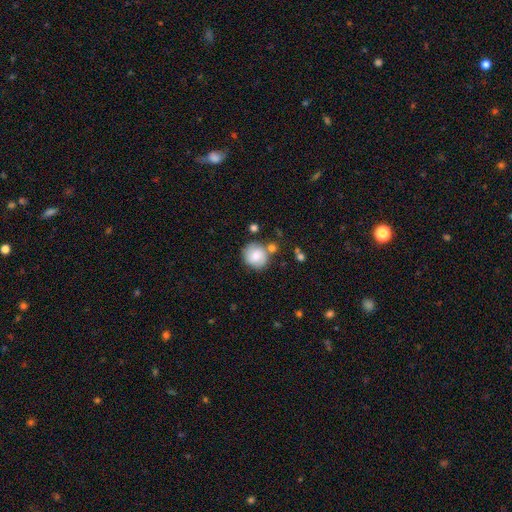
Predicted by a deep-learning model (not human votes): Smooth or featured: smooth — 73% (featured or disk — 19%)
How rounded: round — 89% (in between — 10%)
Merging: none — 69% (minor disturbance — 14%)